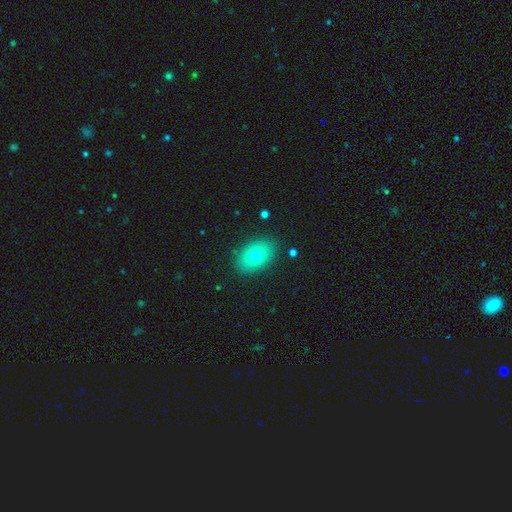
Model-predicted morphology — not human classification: Smooth or featured? smooth (73%)
How rounded? in between (84%)
Merging? none (87%)